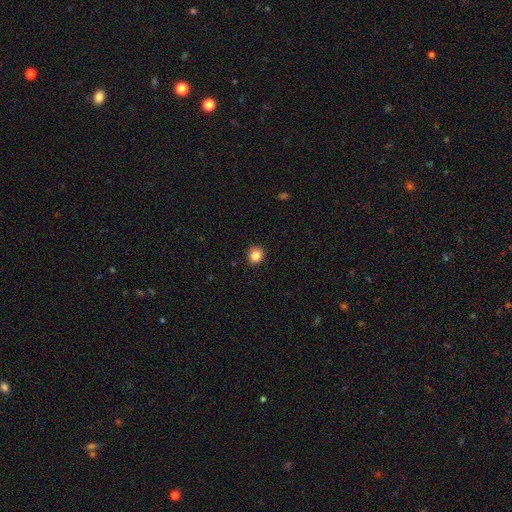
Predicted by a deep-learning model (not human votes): Smooth or featured? smooth (84%)
How rounded? round (86%)
Merging? none (89%)